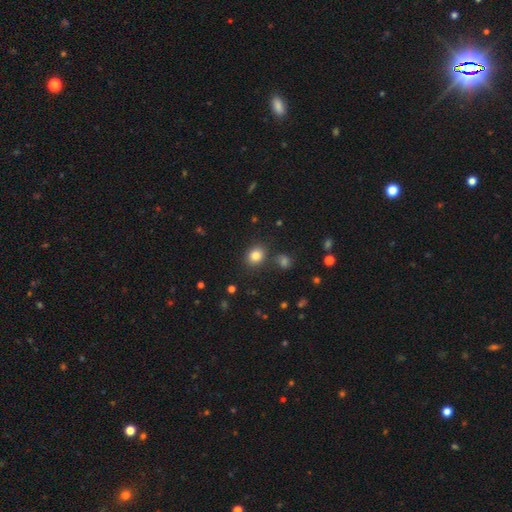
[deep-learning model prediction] Smooth or featured?
  - smooth: 83% *
  - star or artifact: 11%
  - featured or disk: 6%
How rounded?
  - round: 61% *
  - in between: 38%
  - cigar-shaped: 1%
Merging?
  - none: 82% *
  - minor disturbance: 9%
  - merger: 6%
  - major disturbance: 3%